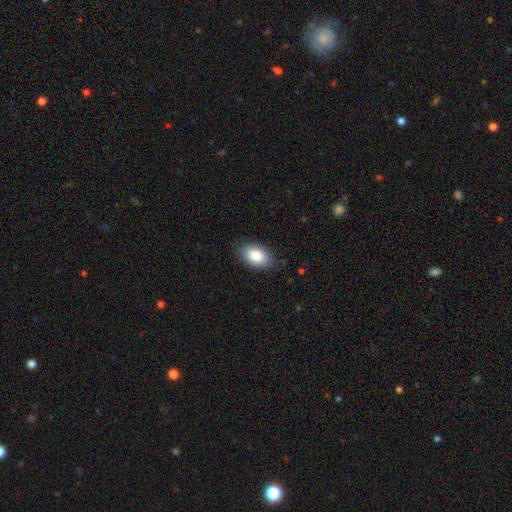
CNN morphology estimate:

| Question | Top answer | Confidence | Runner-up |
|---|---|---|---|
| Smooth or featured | smooth | 86% | featured or disk (7%) |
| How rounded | in between | 92% | round (7%) |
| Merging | none | 86% | minor disturbance (11%) |